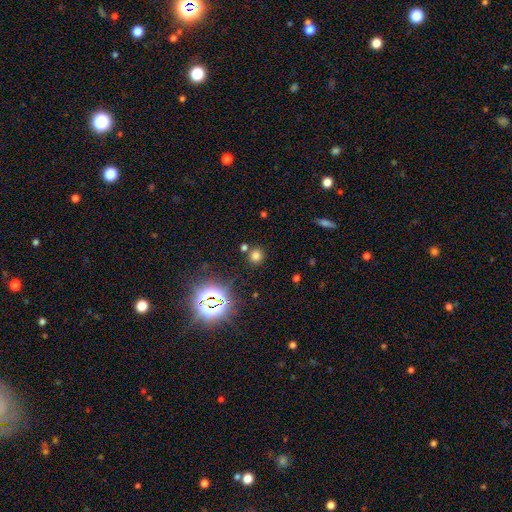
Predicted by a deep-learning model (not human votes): Q: Smooth or featured?
A: smooth (67%); runner-up: star or artifact (26%)
Q: How rounded?
A: round (88%); runner-up: in between (11%)
Q: Merging?
A: none (77%); runner-up: merger (11%)